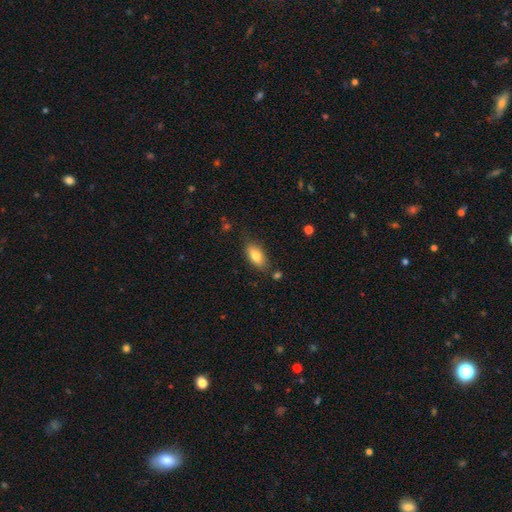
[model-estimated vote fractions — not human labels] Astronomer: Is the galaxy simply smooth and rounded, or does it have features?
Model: smooth — 81%.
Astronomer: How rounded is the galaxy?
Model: in between — 87%.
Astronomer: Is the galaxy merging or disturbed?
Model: none — 79%.